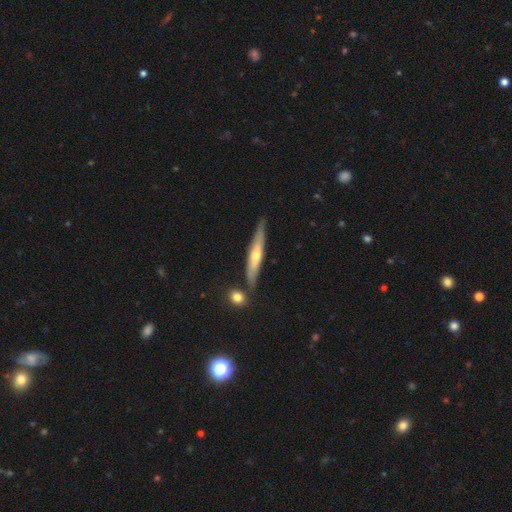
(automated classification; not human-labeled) Smooth or featured?
  - featured or disk: 58% *
  - smooth: 36%
  - star or artifact: 6%
Edge-on disk?
  - yes: 87% *
  - no: 13%
Edge-on bulge?
  - rounded: 74% *
  - none: 21%
  - boxy: 4%
Merging?
  - none: 77% *
  - minor disturbance: 14%
  - merger: 6%
  - major disturbance: 3%